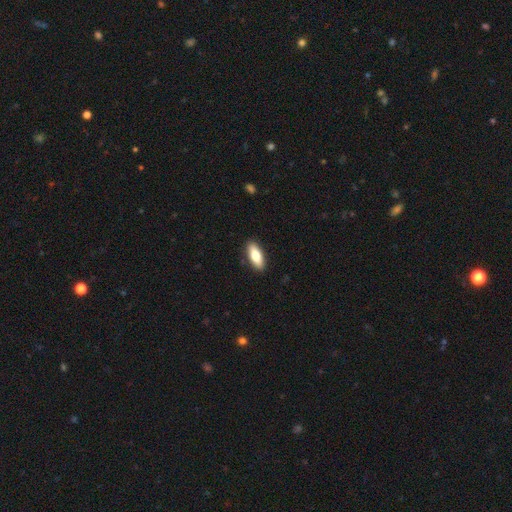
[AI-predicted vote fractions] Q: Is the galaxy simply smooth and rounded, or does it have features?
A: smooth — 76%.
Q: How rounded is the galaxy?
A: in between — 75%.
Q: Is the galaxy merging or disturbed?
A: none — 89%.